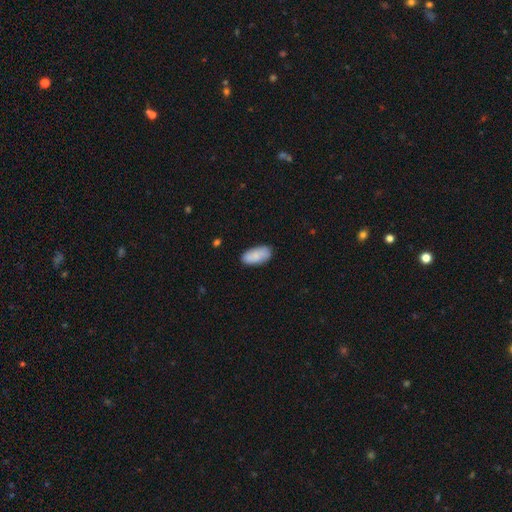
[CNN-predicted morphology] smooth-or-featured: smooth: 82% | featured or disk: 12% | star or artifact: 6%
  how-rounded: in between: 92% | cigar-shaped: 5% | round: 2%
  merging: none: 81% | minor disturbance: 15% | major disturbance: 3% | merger: 2%